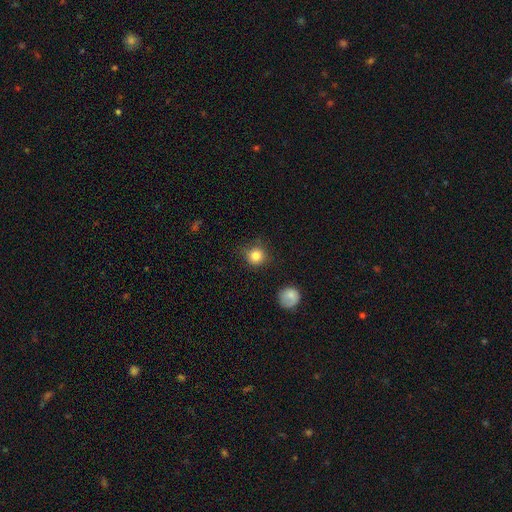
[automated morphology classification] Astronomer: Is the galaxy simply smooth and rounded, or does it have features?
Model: smooth — 84%.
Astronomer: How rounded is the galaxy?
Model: round — 93%.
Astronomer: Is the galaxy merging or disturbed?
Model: none — 80%.